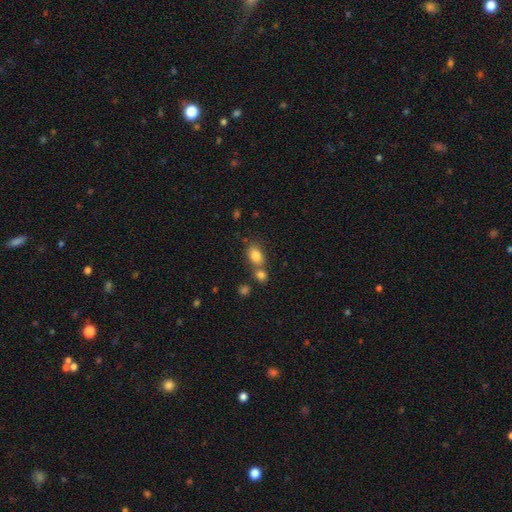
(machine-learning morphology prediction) type=smooth (83%); roundness=in between (79%); merging=none (52%).